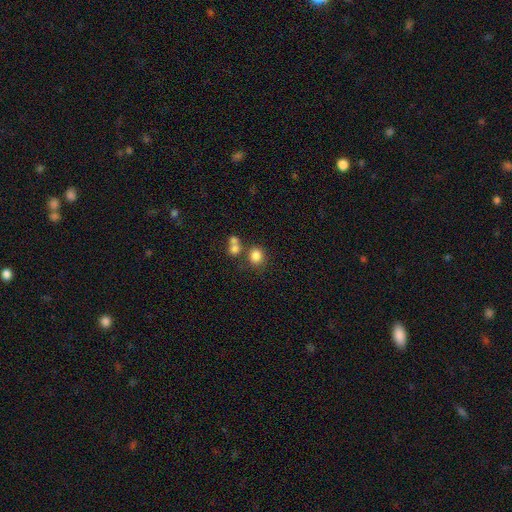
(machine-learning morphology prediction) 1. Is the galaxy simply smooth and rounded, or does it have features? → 81% smooth, 12% star or artifact, 7% featured or disk.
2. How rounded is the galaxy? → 72% round, 26% in between, 1% cigar-shaped.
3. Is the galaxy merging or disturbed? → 60% none, 25% merger, 10% minor disturbance, 5% major disturbance.